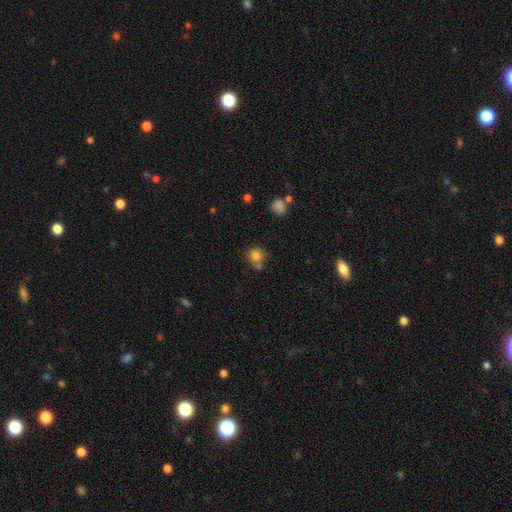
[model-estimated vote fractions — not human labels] This is clearly a smooth galaxy (81%). How rounded: clearly round (81%). Merging: possibly none (56%).